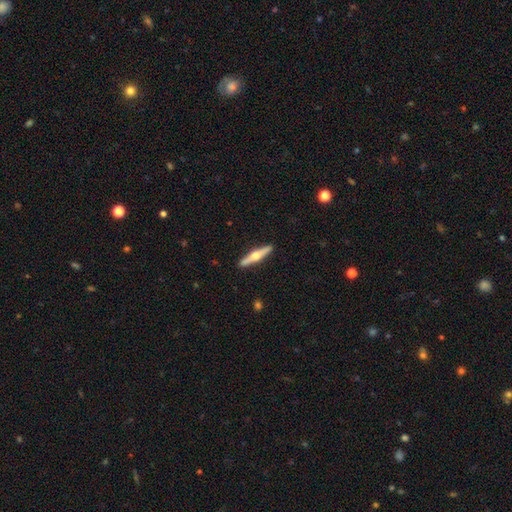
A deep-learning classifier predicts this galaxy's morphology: Smooth or featured? featured or disk (65%)
Edge-on disk? yes (97%)
Edge-on bulge? rounded (95%)
Merging? none (91%)